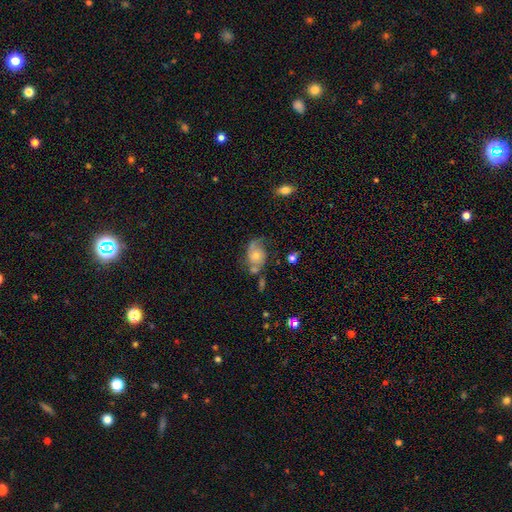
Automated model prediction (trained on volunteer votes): smooth-or-featured: featured or disk: 53% | smooth: 37% | star or artifact: 9%
  disk-edge-on: no: 96% | yes: 4%
    bar: no: 77% | weak: 20% | strong: 3%
    has-spiral-arms: yes: 80% | no: 20%
    bulge-size: moderate: 51% | small: 33% | large: 9% | none: 6% | dominant: 2%
  merging: none: 40% | minor disturbance: 27% | major disturbance: 17% | merger: 16%